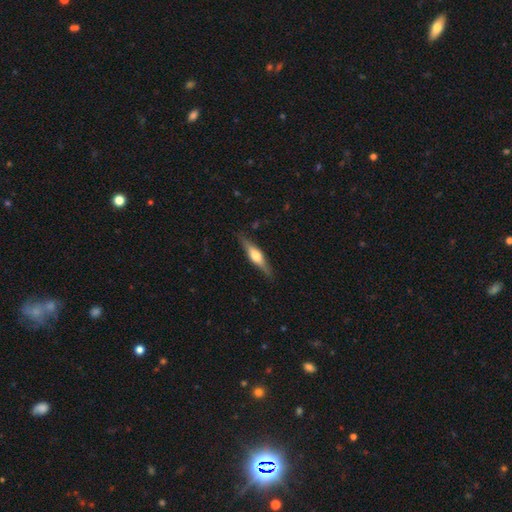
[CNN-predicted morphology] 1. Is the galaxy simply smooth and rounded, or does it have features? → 62% featured or disk, 33% smooth, 6% star or artifact.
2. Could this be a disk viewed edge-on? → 96% yes, 4% no.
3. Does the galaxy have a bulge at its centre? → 90% rounded, 7% boxy, 3% none.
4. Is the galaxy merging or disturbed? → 86% none, 11% minor disturbance, 2% major disturbance, 1% merger.